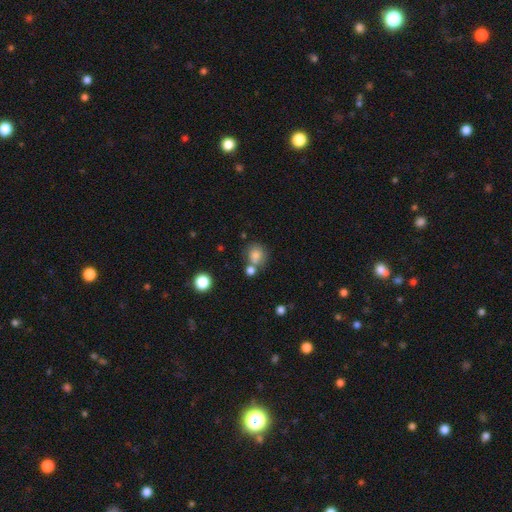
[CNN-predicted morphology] Smooth or featured? smooth (79%)
How rounded? round (79%)
Merging? none (55%)